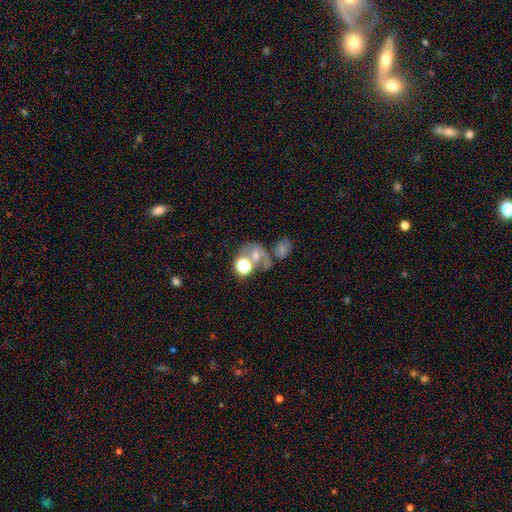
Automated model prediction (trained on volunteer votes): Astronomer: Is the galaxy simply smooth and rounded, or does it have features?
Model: smooth — 39% (runner-up: star or artifact, 31%).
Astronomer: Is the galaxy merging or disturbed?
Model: merger — 42% (runner-up: none, 32%).